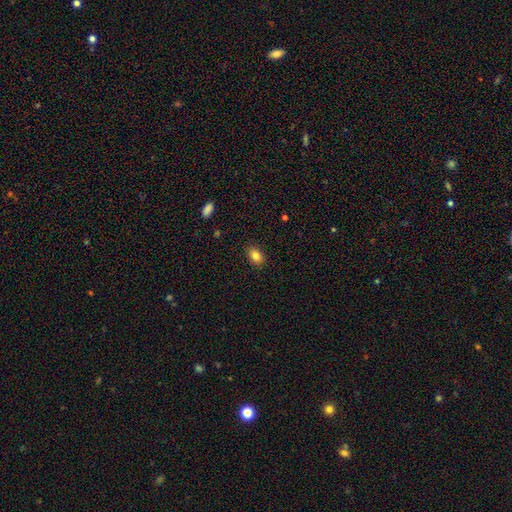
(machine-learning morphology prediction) This is clearly a smooth galaxy (84%). How rounded: clearly in between (81%). Merging: clearly none (88%).